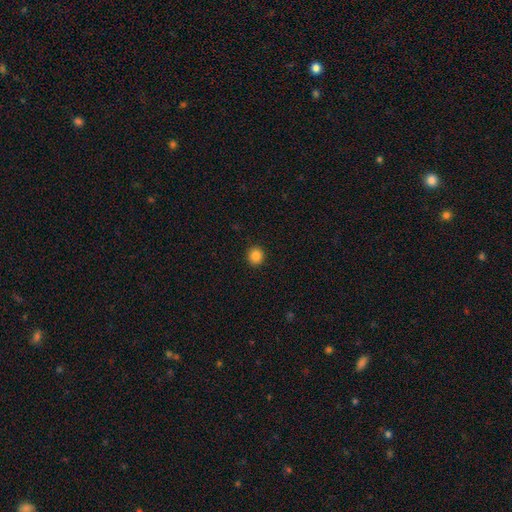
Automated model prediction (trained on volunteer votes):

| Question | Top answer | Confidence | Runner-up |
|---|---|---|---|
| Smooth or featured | smooth | 85% | star or artifact (10%) |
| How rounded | round | 87% | in between (12%) |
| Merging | none | 92% | minor disturbance (5%) |